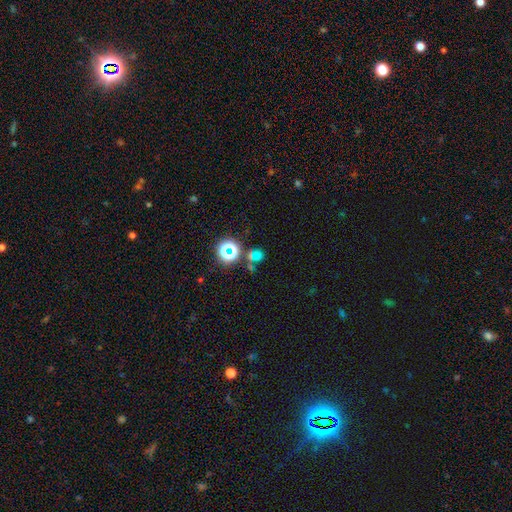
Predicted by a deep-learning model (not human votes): Smooth or featured? smooth (48%)
Merging? none (52%)